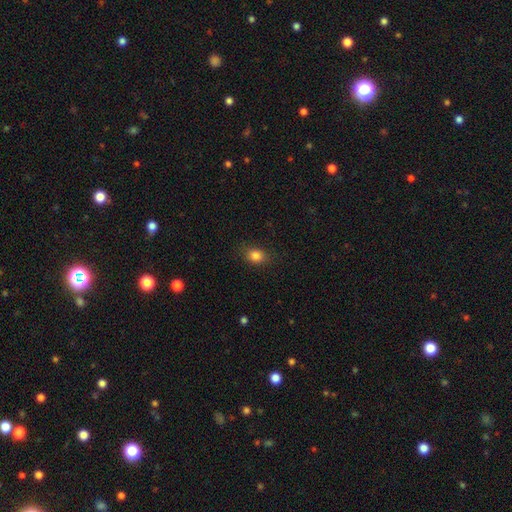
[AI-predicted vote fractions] A smooth galaxy with no disk features (83%) that is in between round and cigar-shaped (60%).

Vote fractions:
- Smooth or featured? smooth: 83% / star or artifact: 11% / featured or disk: 6%
- How rounded? in between: 60% / round: 39% / cigar-shaped: 1%
- Merging? none: 84% / minor disturbance: 12% / major disturbance: 3% / merger: 1%